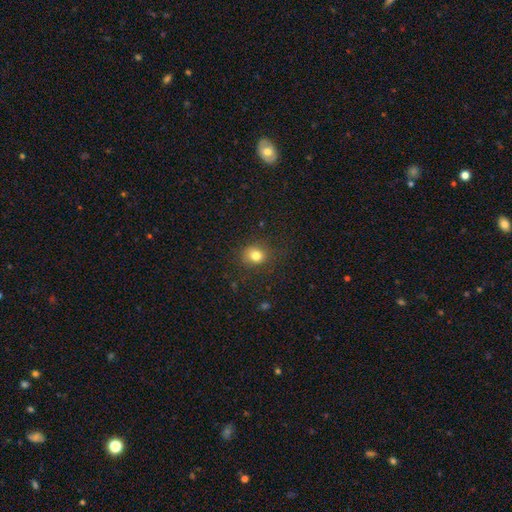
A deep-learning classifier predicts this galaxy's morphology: smooth-or-featured: smooth: 80% | star or artifact: 13% | featured or disk: 7%
  how-rounded: round: 74% | in between: 25% | cigar-shaped: 1%
  merging: none: 82% | minor disturbance: 12% | major disturbance: 4% | merger: 1%